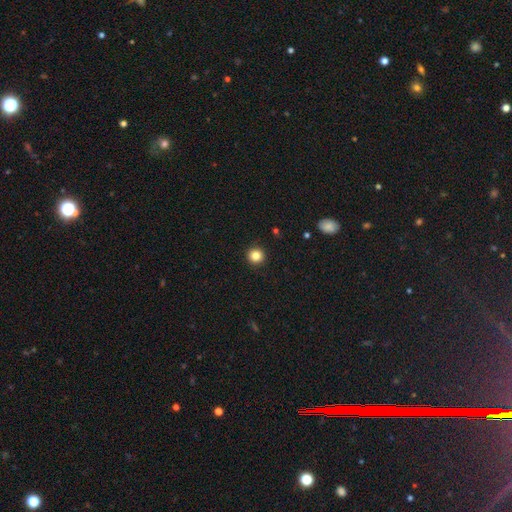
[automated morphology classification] Smooth or featured: smooth — 84% (star or artifact — 11%)
How rounded: round — 95% (in between — 5%)
Merging: none — 93% (minor disturbance — 5%)